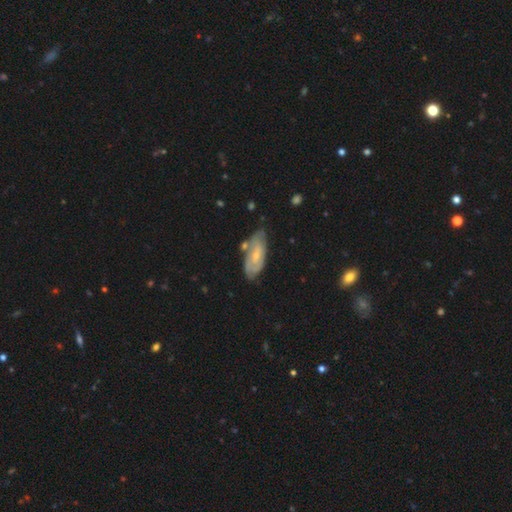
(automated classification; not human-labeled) This is likely a featured or disk galaxy (61%). It is clearly not viewed edge-on (88%). Bar: possibly no (59%). Spiral arm pattern: likely yes (77%). Central bulge: likely small (61%). Merging: likely none (64%).